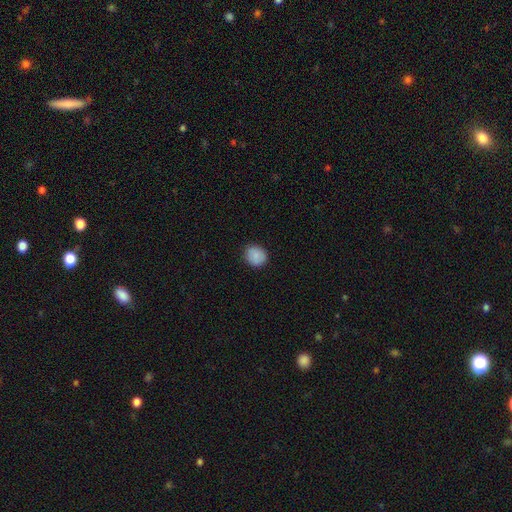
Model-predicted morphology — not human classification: smooth_or_featured: smooth (p=0.88) [alt: star or artifact p=0.08]
how_rounded: round (p=0.82) [alt: in between p=0.17]
merging: none (p=0.88) [alt: minor disturbance p=0.09]